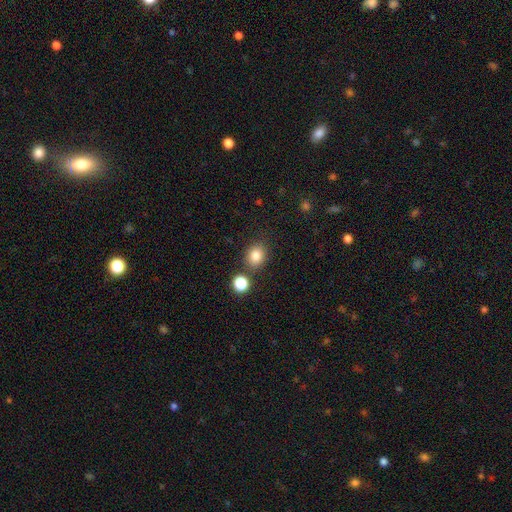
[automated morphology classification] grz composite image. It shows a smooth galaxy with no disk features (83%) that is round (63%). Merging: none (78%).